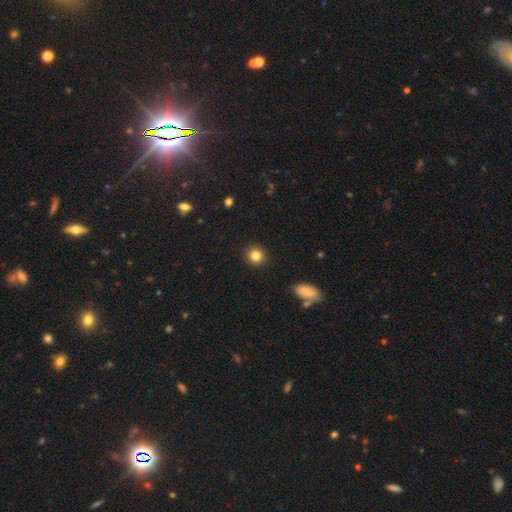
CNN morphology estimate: A smooth galaxy with no disk features (84%) that is round (89%).

Vote fractions:
- Smooth or featured? smooth: 84% / star or artifact: 11% / featured or disk: 5%
- How rounded? round: 89% / in between: 10% / cigar-shaped: 1%
- Merging? none: 91% / minor disturbance: 6% / major disturbance: 2% / merger: 1%